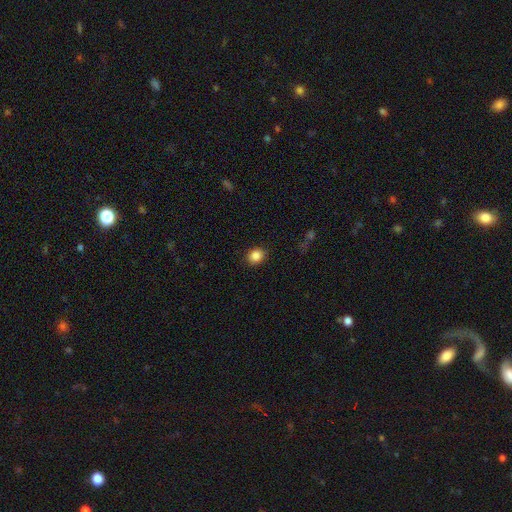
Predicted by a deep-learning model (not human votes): This appears to be a smooth galaxy with no disk features (86%) that is round (66%). Merging: none (89%).